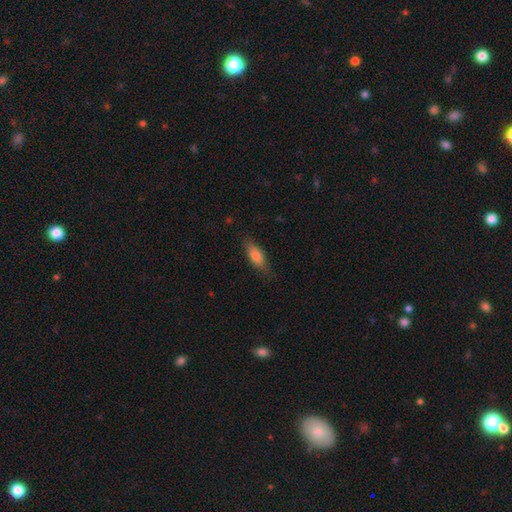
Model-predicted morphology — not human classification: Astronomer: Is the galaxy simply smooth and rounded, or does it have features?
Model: smooth — 79%.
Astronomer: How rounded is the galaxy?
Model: in between — 67%.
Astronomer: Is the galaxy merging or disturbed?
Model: none — 79%.